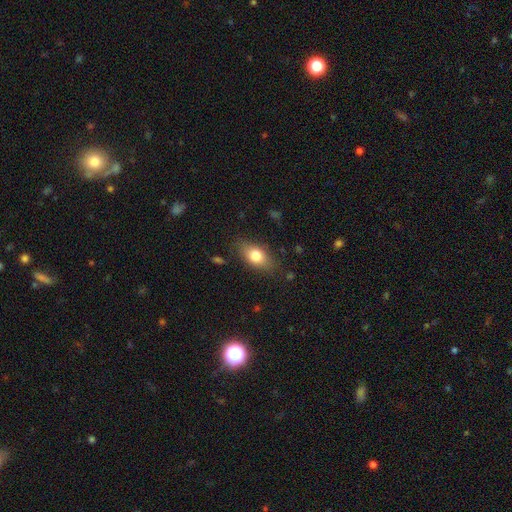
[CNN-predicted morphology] Smooth or featured? smooth (78%)
How rounded? in between (82%)
Merging? none (81%)